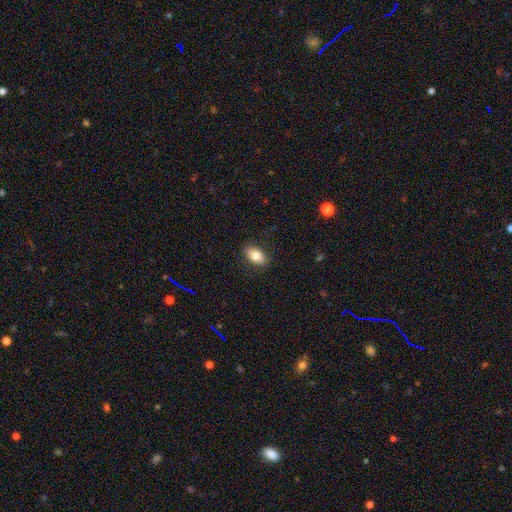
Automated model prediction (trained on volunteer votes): Smooth or featured: smooth — 81% (featured or disk — 11%)
How rounded: in between — 90% (round — 7%)
Merging: none — 87% (minor disturbance — 9%)